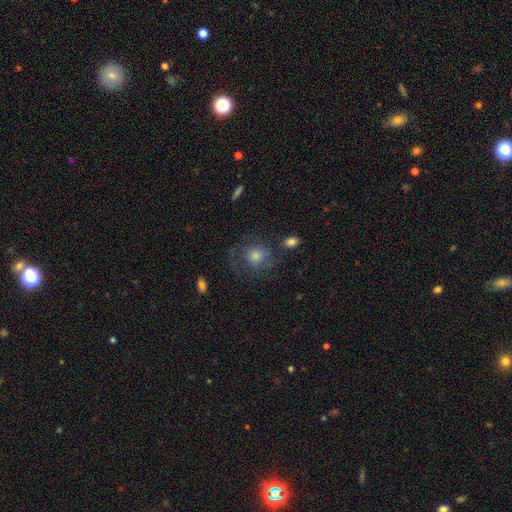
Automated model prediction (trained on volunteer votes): Smooth or featured?
  - smooth: 51% *
  - featured or disk: 34%
  - star or artifact: 15%
How rounded?
  - round: 80% *
  - in between: 19%
  - cigar-shaped: 1%
Merging?
  - none: 61% *
  - minor disturbance: 19%
  - major disturbance: 17%
  - merger: 4%